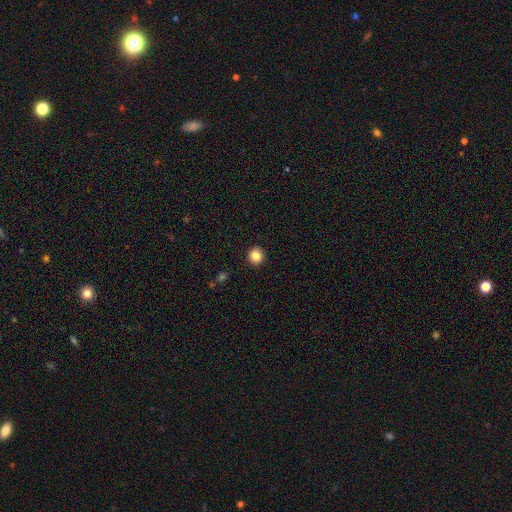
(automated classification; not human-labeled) Smooth or featured?
  - smooth: 85% *
  - star or artifact: 11%
  - featured or disk: 5%
How rounded?
  - round: 91% *
  - in between: 8%
  - cigar-shaped: 1%
Merging?
  - none: 93% *
  - minor disturbance: 4%
  - major disturbance: 2%
  - merger: 1%